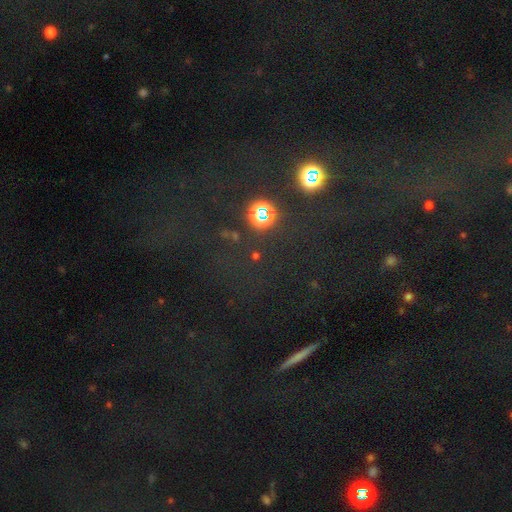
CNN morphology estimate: Smooth or featured? Predicted: star or artifact (p=0.66).